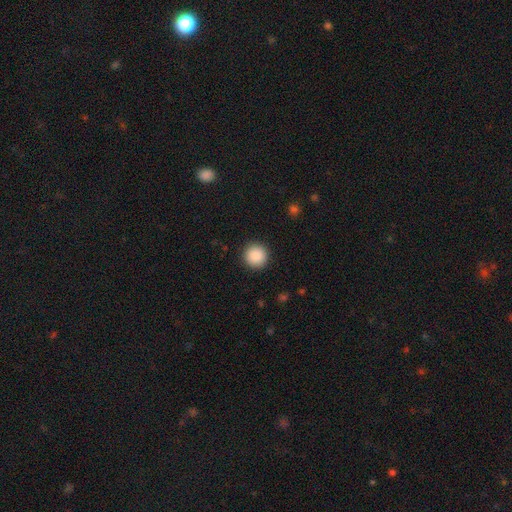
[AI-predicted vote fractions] Smooth or featured?
  - smooth: 88% *
  - star or artifact: 8%
  - featured or disk: 3%
How rounded?
  - round: 95% *
  - in between: 4%
  - cigar-shaped: 1%
Merging?
  - none: 92% *
  - minor disturbance: 5%
  - major disturbance: 2%
  - merger: 1%